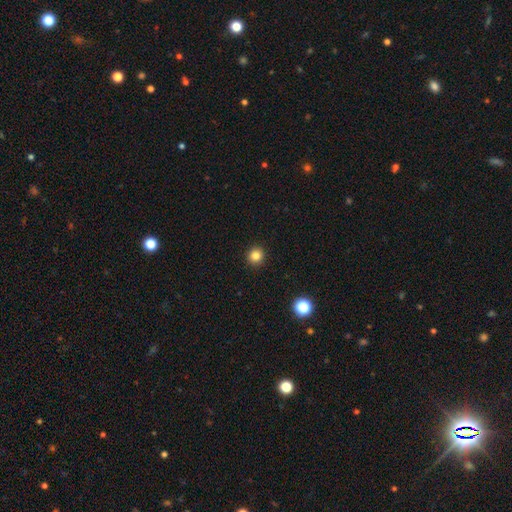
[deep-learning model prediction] Morphology: type=smooth (83%); roundness=round (94%); merging=none (93%).